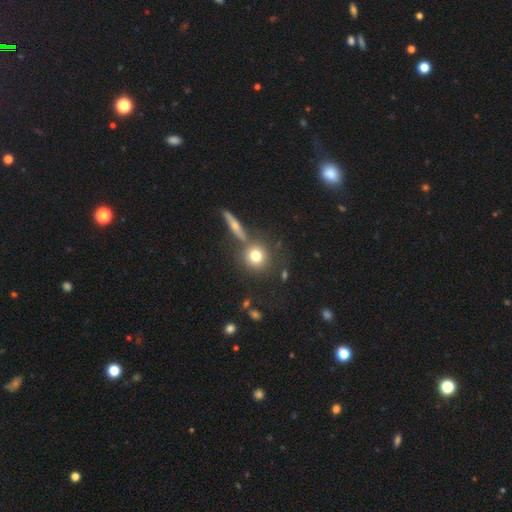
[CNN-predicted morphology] Smooth or featured? Predicted: smooth (p=0.75). How rounded? Predicted: round (p=0.90). Merging? Predicted: none (p=0.71).